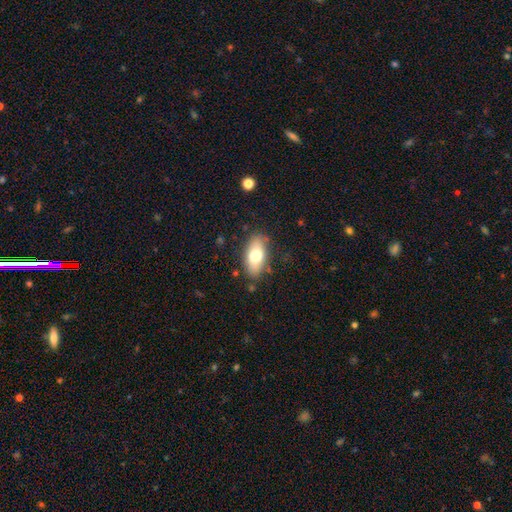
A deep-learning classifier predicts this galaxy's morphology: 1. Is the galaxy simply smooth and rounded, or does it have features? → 71% smooth, 22% featured or disk, 7% star or artifact.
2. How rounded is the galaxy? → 89% in between, 7% cigar-shaped, 4% round.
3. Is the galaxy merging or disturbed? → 82% none, 13% minor disturbance, 3% major disturbance, 2% merger.